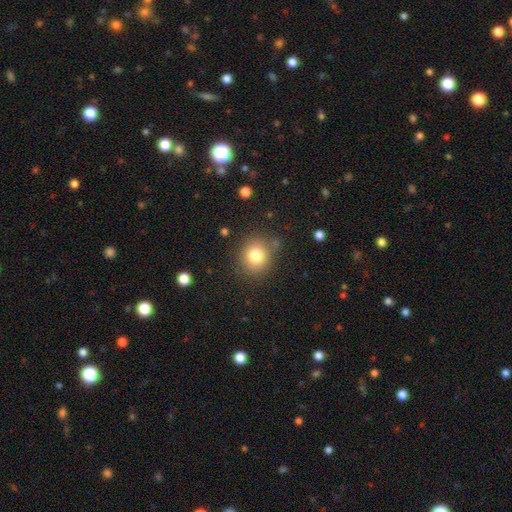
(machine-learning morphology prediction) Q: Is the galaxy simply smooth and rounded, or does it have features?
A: smooth — 79%.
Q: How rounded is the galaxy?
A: round — 79%.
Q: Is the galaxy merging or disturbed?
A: none — 80%.